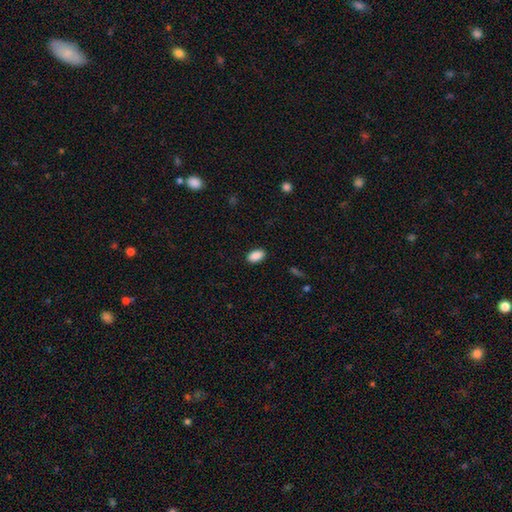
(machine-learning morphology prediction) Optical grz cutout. It shows a smooth galaxy with no disk features (89%) that is in between round and cigar-shaped (92%). Merging: none (88%).